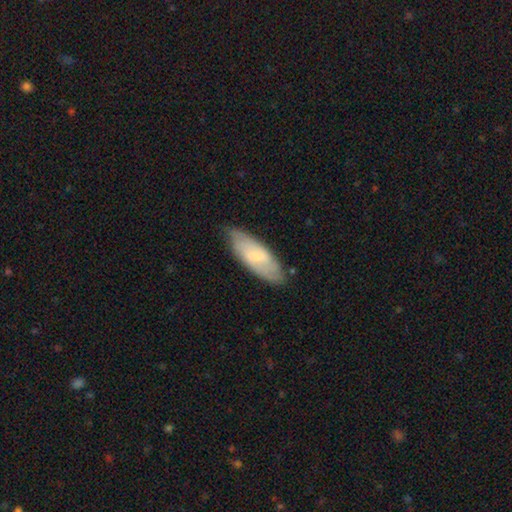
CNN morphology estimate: Smooth or featured? smooth (52%)
How rounded? in between (71%)
Merging? none (76%)